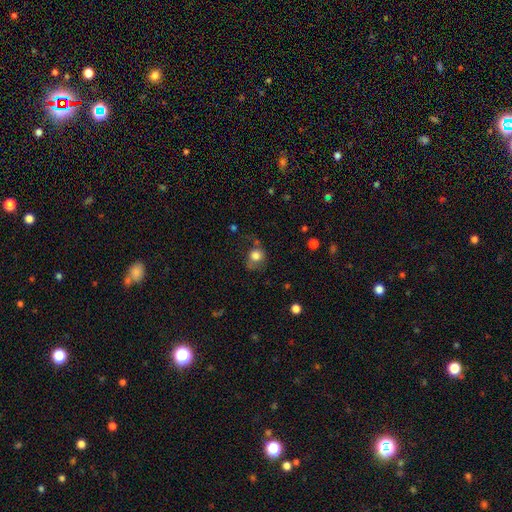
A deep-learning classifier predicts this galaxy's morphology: smooth_or_featured: smooth (p=0.78) [alt: featured or disk p=0.11]
how_rounded: round (p=0.75) [alt: in between p=0.24]
merging: none (p=0.50) [alt: minor disturbance p=0.28]